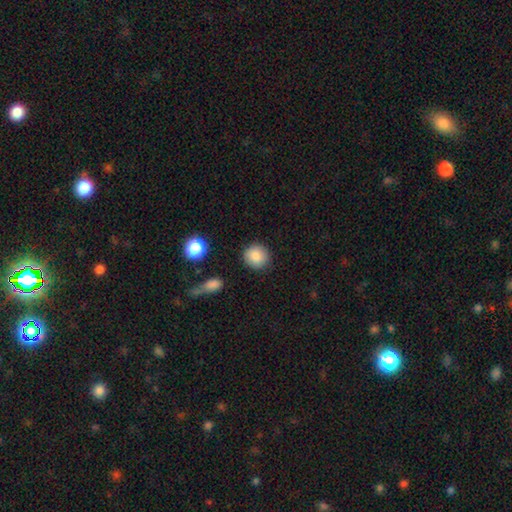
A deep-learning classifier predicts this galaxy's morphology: Smooth or featured? smooth (86%)
How rounded? round (91%)
Merging? none (89%)